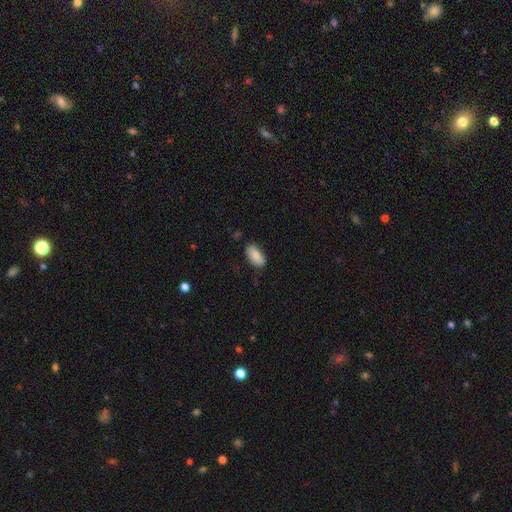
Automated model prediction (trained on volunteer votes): The model was most divided on "merging": none: 76%, minor disturbance: 19%, major disturbance: 3%, merger: 2%. More confident: how rounded — in between (92%); smooth or featured — smooth (80%).